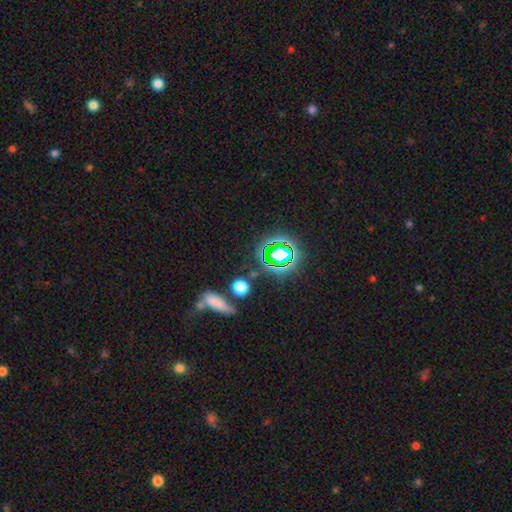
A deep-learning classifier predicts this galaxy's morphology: Q: Smooth or featured?
A: star or artifact (64%); runner-up: smooth (23%)